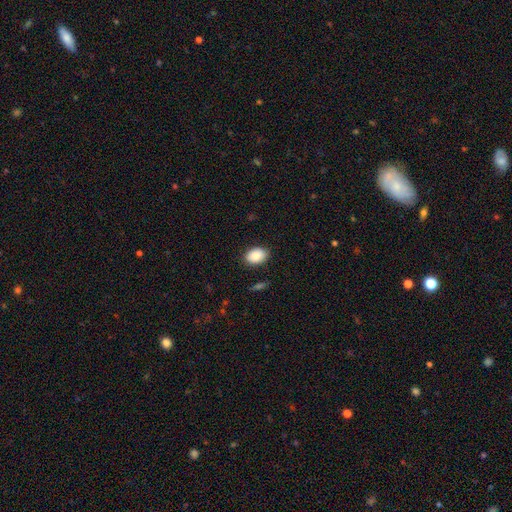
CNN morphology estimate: Q: Smooth or featured?
A: smooth (87%); runner-up: star or artifact (7%)
Q: How rounded?
A: in between (82%); runner-up: round (17%)
Q: Merging?
A: none (86%); runner-up: minor disturbance (10%)